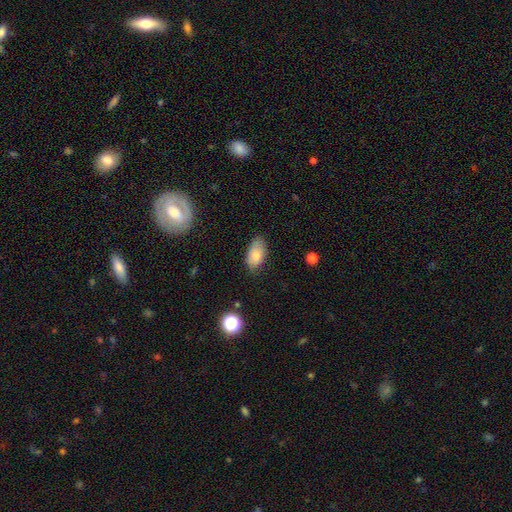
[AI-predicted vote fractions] smooth_or_featured: smooth (p=0.77) [alt: featured or disk p=0.14]
how_rounded: in between (p=0.93) [alt: round p=0.05]
merging: none (p=0.72) [alt: minor disturbance p=0.23]